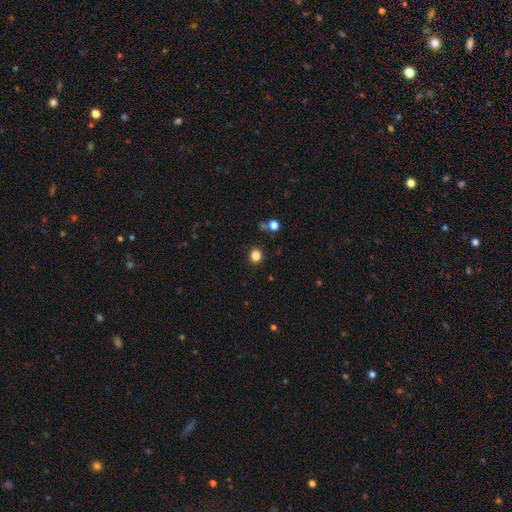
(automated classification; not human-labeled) The model was most divided on "smooth or featured": smooth: 83%, star or artifact: 14%, featured or disk: 4%. More confident: merging — none (89%); how rounded — round (89%).